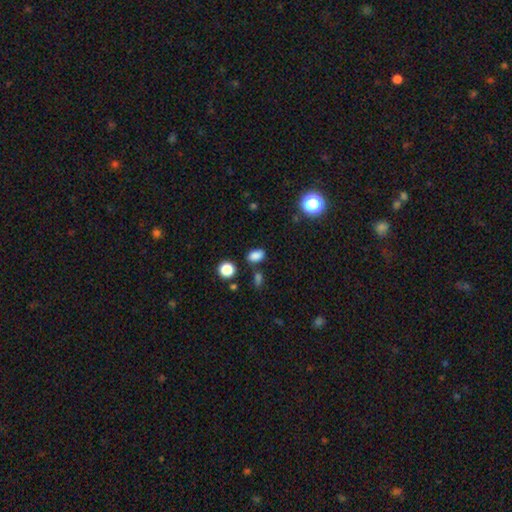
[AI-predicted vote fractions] A smooth galaxy with no disk features (82%) that is in between round and cigar-shaped (83%).

Vote fractions:
- Smooth or featured? smooth: 82% / star or artifact: 14% / featured or disk: 5%
- How rounded? in between: 83% / round: 15% / cigar-shaped: 2%
- Merging? none: 77% / minor disturbance: 13% / merger: 7% / major disturbance: 4%